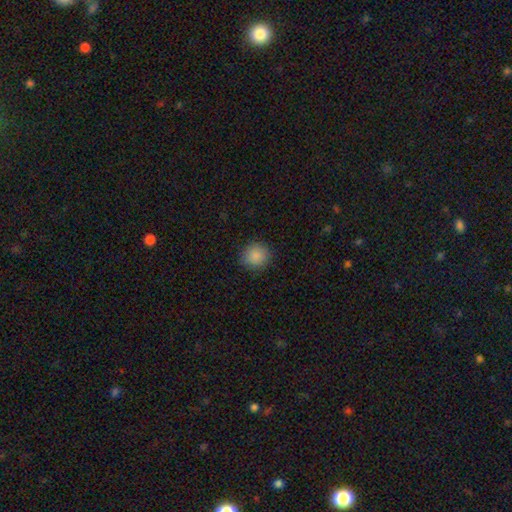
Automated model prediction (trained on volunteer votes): Morphology: type=smooth (88%); roundness=round (88%); merging=none (89%).